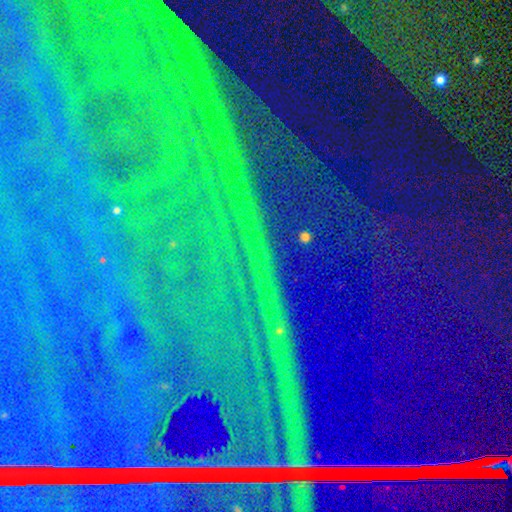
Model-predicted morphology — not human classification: Smooth or featured? star or artifact (90%)